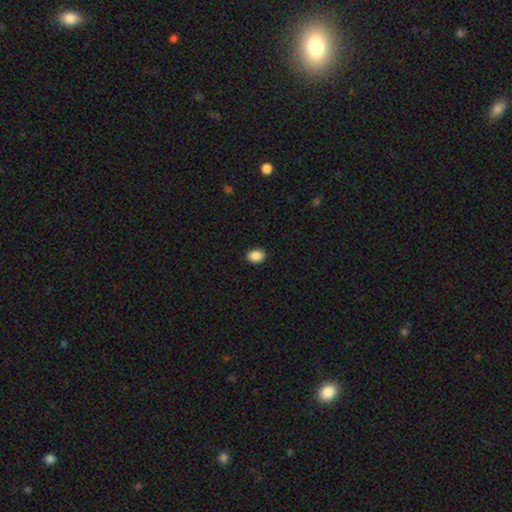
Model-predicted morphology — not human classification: Smooth or featured? Predicted: smooth (p=0.89). How rounded? Predicted: in between (p=0.71). Merging? Predicted: none (p=0.90).